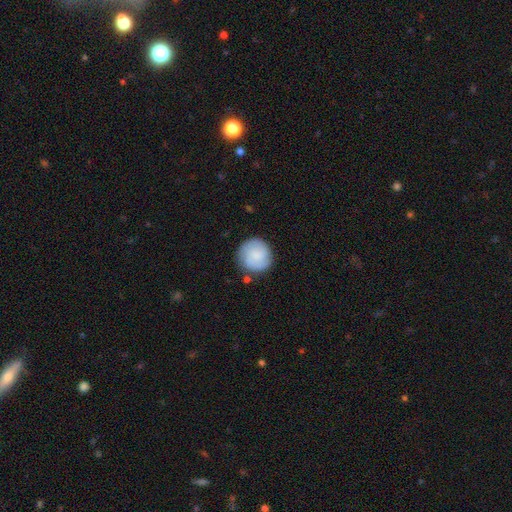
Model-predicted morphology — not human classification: Overall: smooth (66%; featured or disk 27%). How rounded: round (93%). Merging: none (81%).